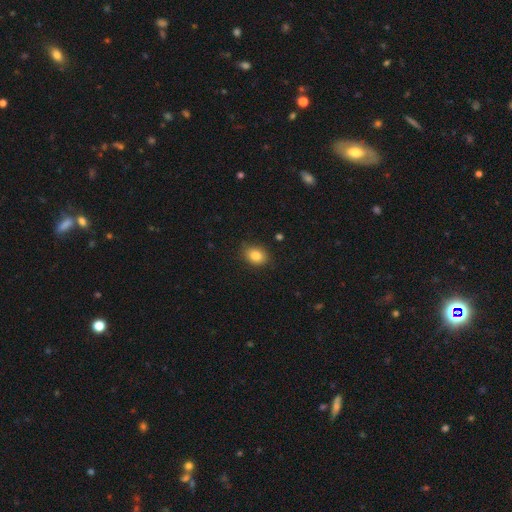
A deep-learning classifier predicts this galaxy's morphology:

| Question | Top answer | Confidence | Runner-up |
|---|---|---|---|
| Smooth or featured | smooth | 85% | star or artifact (9%) |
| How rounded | in between | 67% | round (32%) |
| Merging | none | 83% | minor disturbance (13%) |